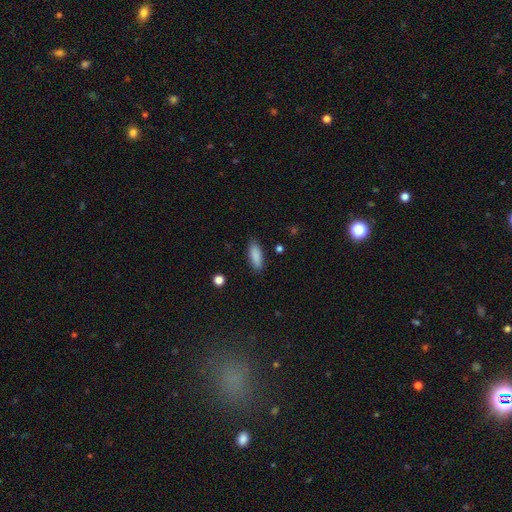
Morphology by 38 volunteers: smooth_or_featured: smooth (p=0.82) [alt: star or artifact p=0.11]
how_rounded: in between (p=0.58) [alt: cigar-shaped p=0.39]
merging: none (p=0.85) [alt: minor disturbance p=0.12]